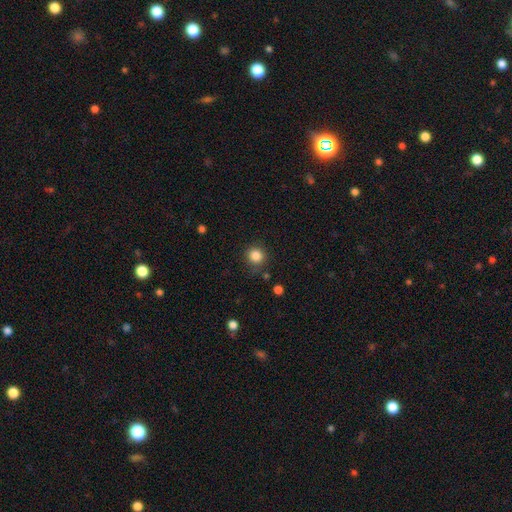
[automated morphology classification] Smooth or featured? Predicted: smooth (p=0.84). How rounded? Predicted: round (p=0.92). Merging? Predicted: none (p=0.83).